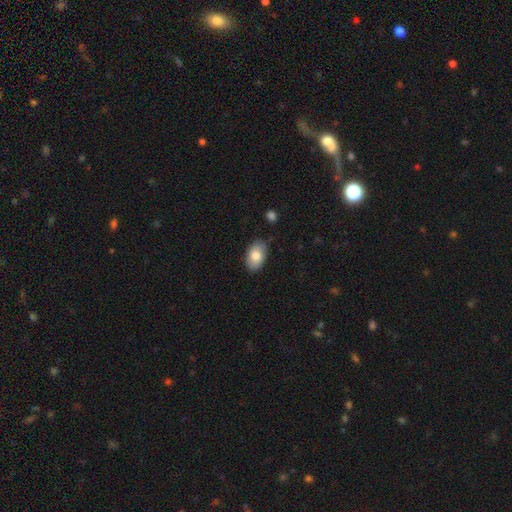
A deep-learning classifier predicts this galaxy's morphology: A smooth galaxy with no disk features (81%) that is in between round and cigar-shaped (91%).

Vote fractions:
- Smooth or featured? smooth: 81% / featured or disk: 12% / star or artifact: 6%
- How rounded? in between: 91% / round: 7% / cigar-shaped: 1%
- Merging? none: 85% / minor disturbance: 11% / major disturbance: 2% / merger: 1%